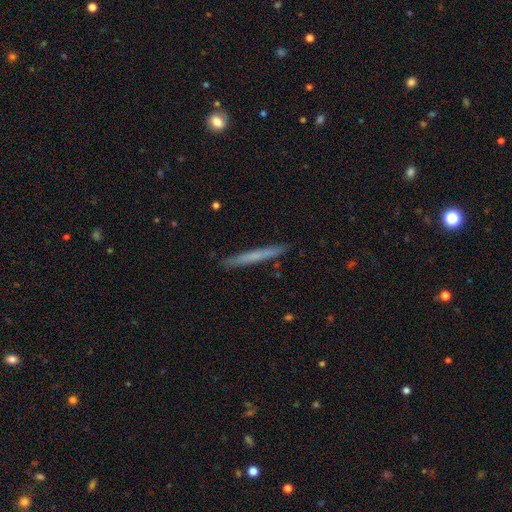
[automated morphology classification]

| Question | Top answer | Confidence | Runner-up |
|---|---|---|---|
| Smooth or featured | smooth | 56% | featured or disk (38%) |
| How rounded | cigar-shaped | 97% | in between (2%) |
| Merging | none | 91% | minor disturbance (7%) |